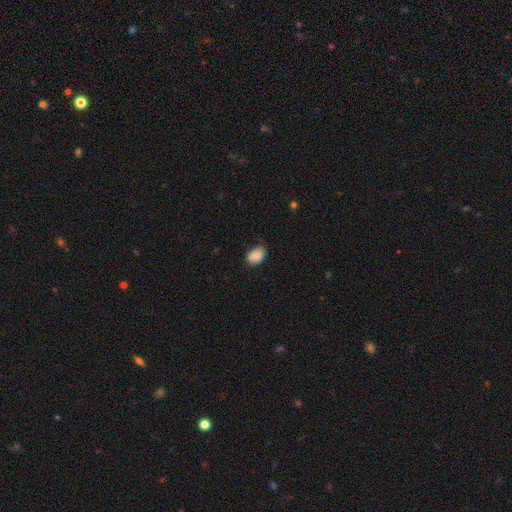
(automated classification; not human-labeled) Overall: smooth (87%). How rounded: in between (79%). Merging: none (70%).